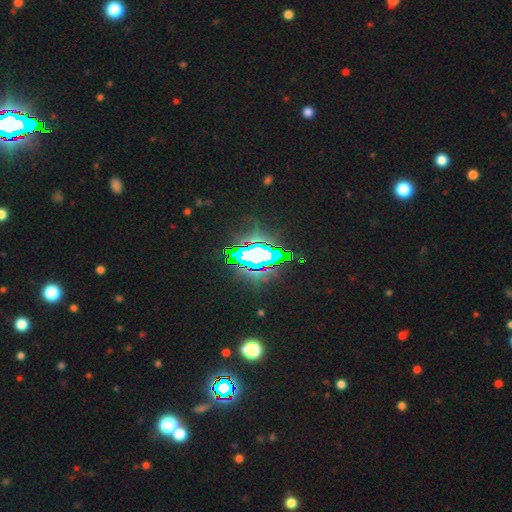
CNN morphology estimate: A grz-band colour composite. It shows a star or artifact, not a galaxy (70%).